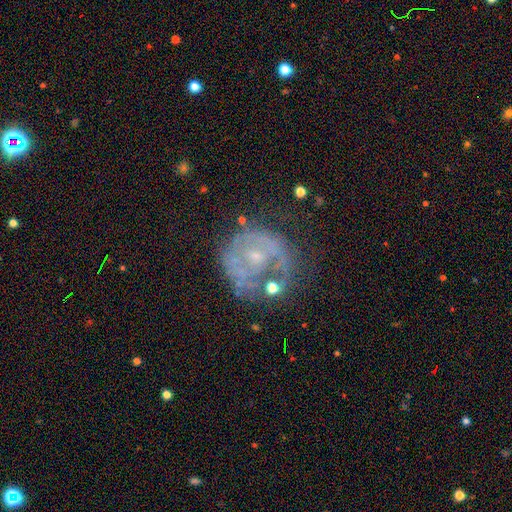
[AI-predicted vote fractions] Smooth or featured: featured or disk — 69% (smooth — 20%)
Edge-on disk: no — 98% (yes — 2%)
Bar: no — 76% (weak — 19%)
Spiral arms: yes — 53% (no — 47%)
Bulge size: small — 63% (moderate — 25%)
Merging: none — 47% (major disturbance — 24%)